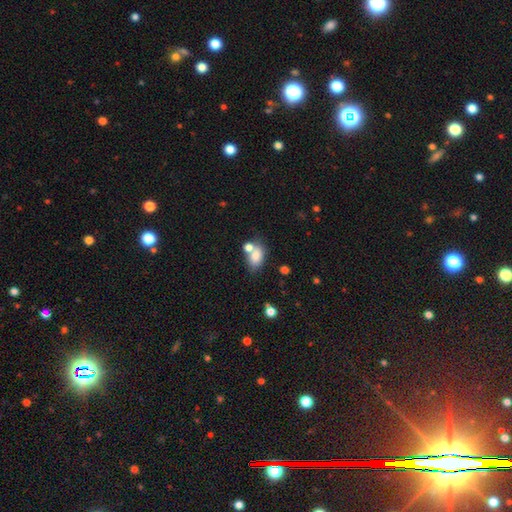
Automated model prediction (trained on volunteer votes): The model was most divided on "merging": none: 44%, merger: 36%, minor disturbance: 14%, major disturbance: 6%. More confident: how rounded — in between (85%); smooth or featured — smooth (79%).